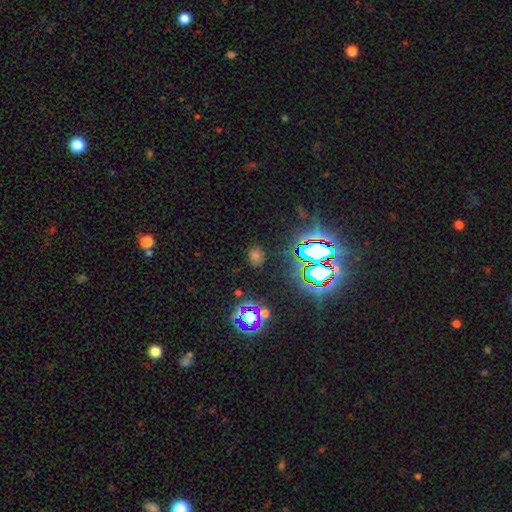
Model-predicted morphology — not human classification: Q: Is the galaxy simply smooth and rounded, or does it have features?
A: smooth — 48%.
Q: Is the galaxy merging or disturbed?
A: none — 84%.